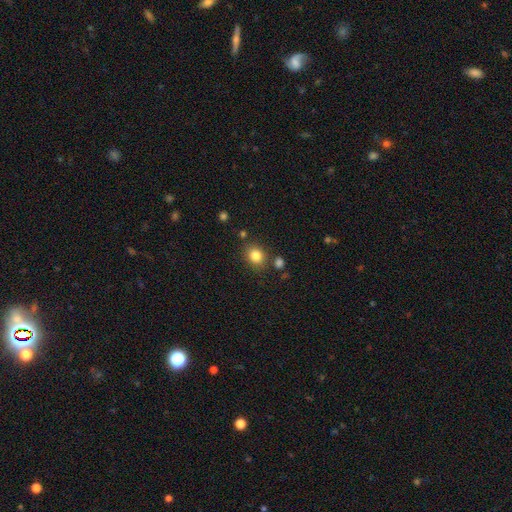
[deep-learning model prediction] Smooth or featured: smooth — 83% (star or artifact — 11%)
How rounded: round — 66% (in between — 33%)
Merging: none — 79% (minor disturbance — 11%)